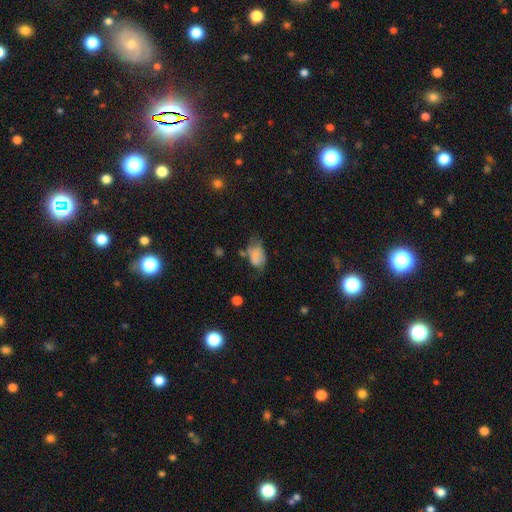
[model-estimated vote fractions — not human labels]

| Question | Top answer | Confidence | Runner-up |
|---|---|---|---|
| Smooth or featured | smooth | 75% | featured or disk (15%) |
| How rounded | in between | 88% | round (10%) |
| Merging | none | 36% | minor disturbance (35%) |